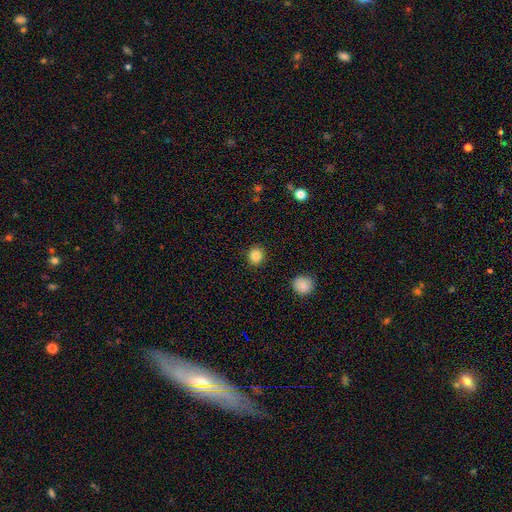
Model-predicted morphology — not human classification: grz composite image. It shows a smooth galaxy with no disk features (86%) that is round (81%). Merging: none (90%).